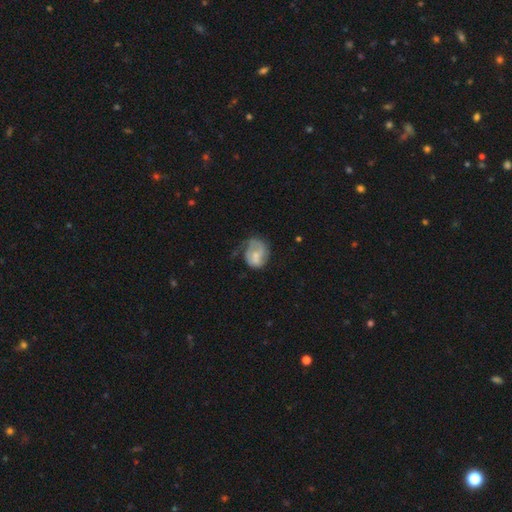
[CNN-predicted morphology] type=featured or disk (48%); merging=none (41%).